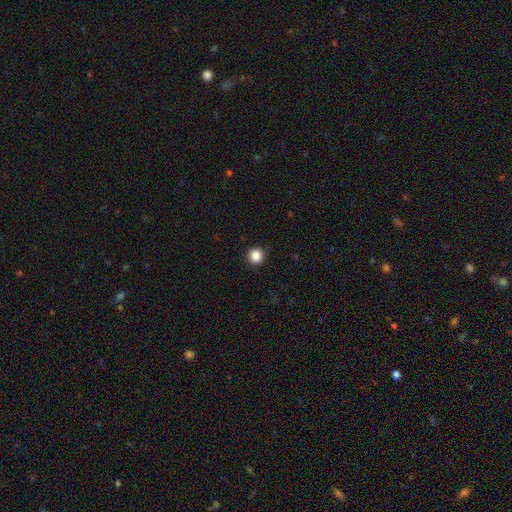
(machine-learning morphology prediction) This appears to be a smooth galaxy with no disk features (86%) that is round (95%). Merging: none (92%).